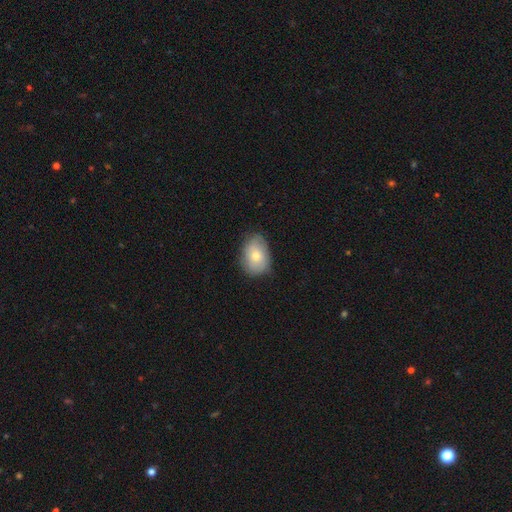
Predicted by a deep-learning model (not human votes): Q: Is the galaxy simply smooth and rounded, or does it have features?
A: smooth — 72%.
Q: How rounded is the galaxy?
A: in between — 75%.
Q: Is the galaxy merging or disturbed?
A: none — 75%.